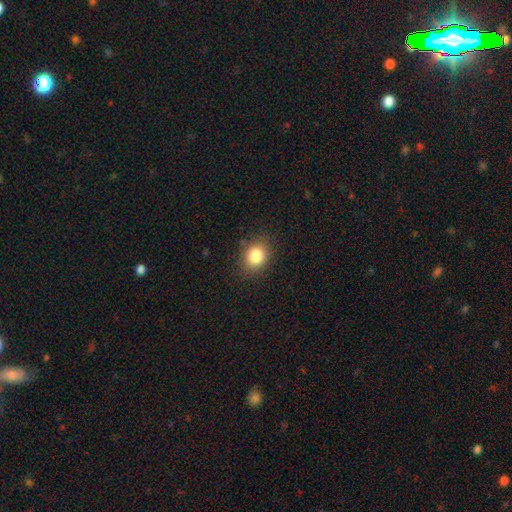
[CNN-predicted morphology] type=smooth (83%); roundness=round (57%); merging=none (86%).